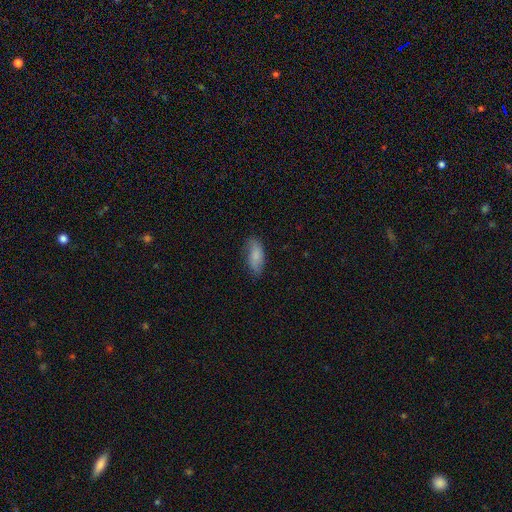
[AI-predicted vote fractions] This is clearly a smooth galaxy (82%). How rounded: clearly in between (85%). Merging: likely none (71%).